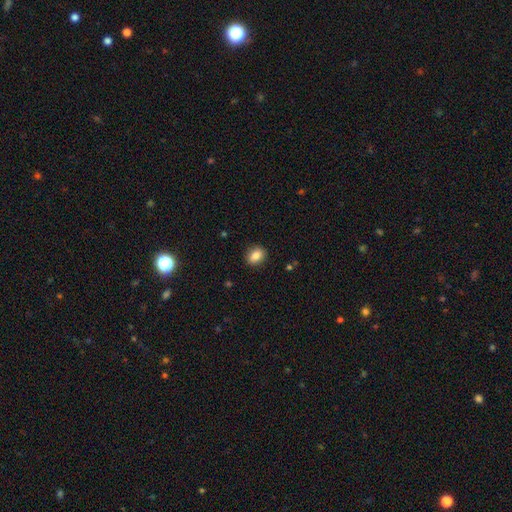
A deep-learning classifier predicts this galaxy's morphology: Smooth or featured? Predicted: smooth (p=0.85). How rounded? Predicted: in between (p=0.55). Merging? Predicted: none (p=0.89).